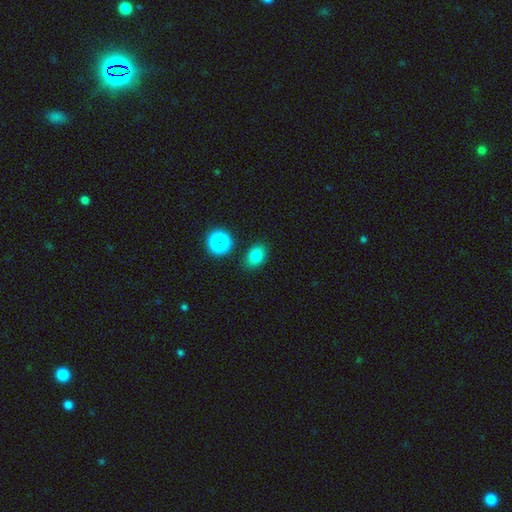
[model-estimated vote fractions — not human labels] A smooth galaxy with no disk features (80%) that is in between round and cigar-shaped (71%).

Vote fractions:
- Smooth or featured? smooth: 80% / star or artifact: 12% / featured or disk: 8%
- How rounded? in between: 71% / round: 27% / cigar-shaped: 1%
- Merging? none: 83% / minor disturbance: 11% / merger: 3% / major disturbance: 3%